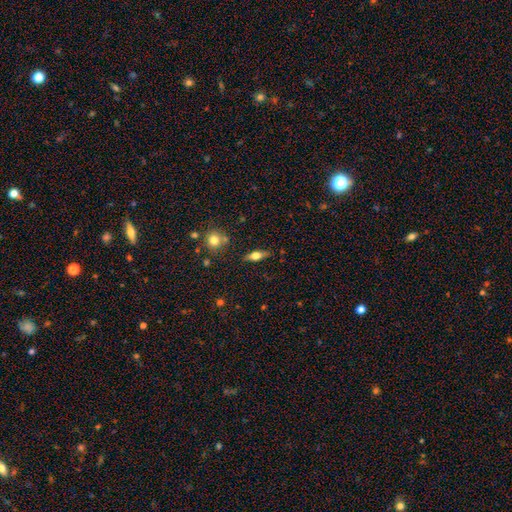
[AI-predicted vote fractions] Smooth or featured? smooth (52%)
How rounded? in between (60%)
Merging? none (82%)